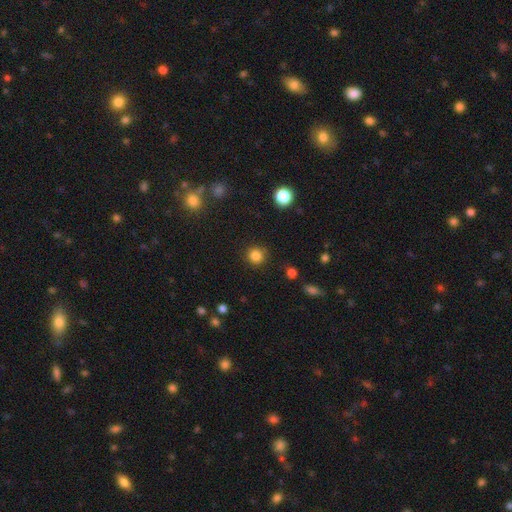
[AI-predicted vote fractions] Smooth or featured: smooth — 83% (star or artifact — 12%)
How rounded: round — 93% (in between — 6%)
Merging: none — 88% (minor disturbance — 7%)